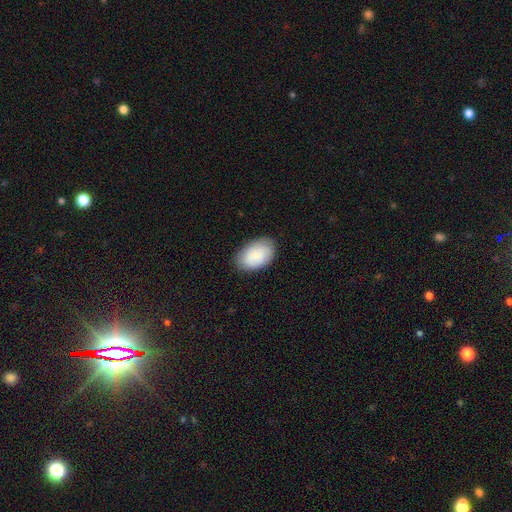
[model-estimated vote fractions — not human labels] This appears to be a smooth galaxy with no disk features (86%) that is in between round and cigar-shaped (92%). Merging: none (83%).